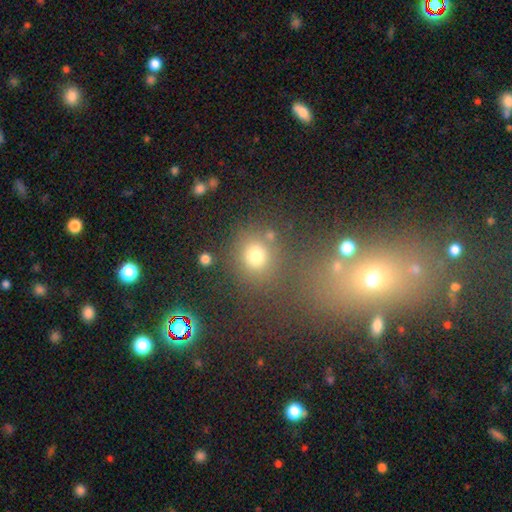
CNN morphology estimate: type=smooth (72%); roundness=round (84%); merging=none (71%).